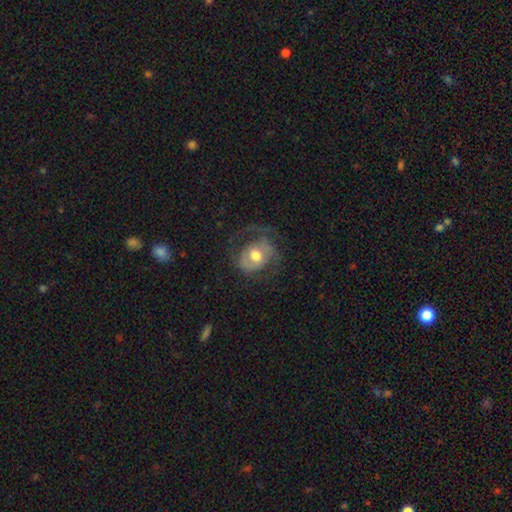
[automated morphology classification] smooth_or_featured: featured or disk (p=0.60) [alt: smooth p=0.34]
disk_edge_on: no (p=0.97) [alt: yes p=0.03]
bar: no (p=0.63) [alt: weak p=0.29]
has_spiral_arms: yes (p=0.68) [alt: no p=0.32]
bulge_size: moderate (p=0.72) [alt: large p=0.15]
merging: none (p=0.49) [alt: major disturbance p=0.29]